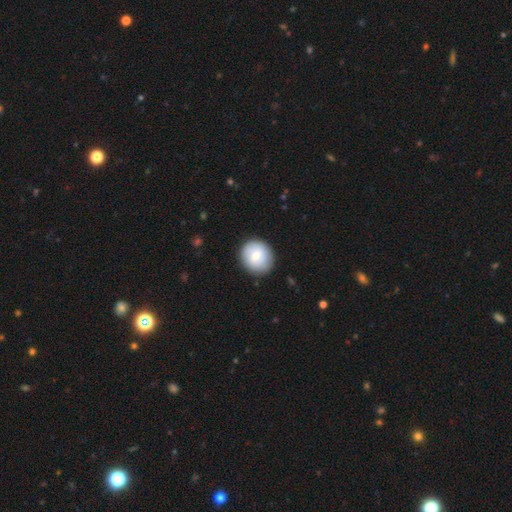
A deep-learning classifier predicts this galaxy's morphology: Smooth or featured? Predicted: smooth (p=0.74). How rounded? Predicted: round (p=0.88). Merging? Predicted: none (p=0.88).